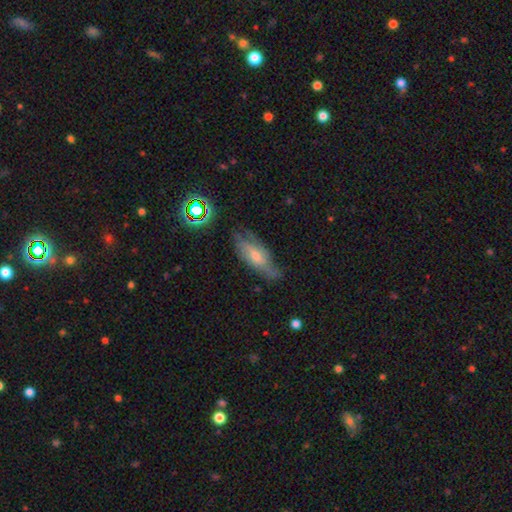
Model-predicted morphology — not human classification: Overall: featured or disk (53%; smooth 34%). Edge-on disk: no (74%). Merging: none (57%; minor disturbance 29%).